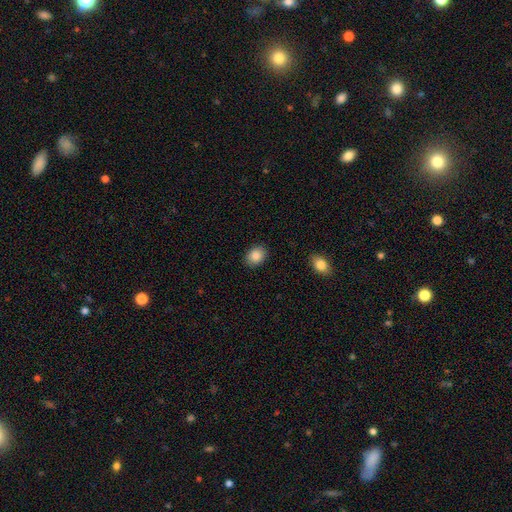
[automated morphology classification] This appears to be a smooth galaxy with no disk features (87%) that is in between round and cigar-shaped (58%). Merging: none (88%).